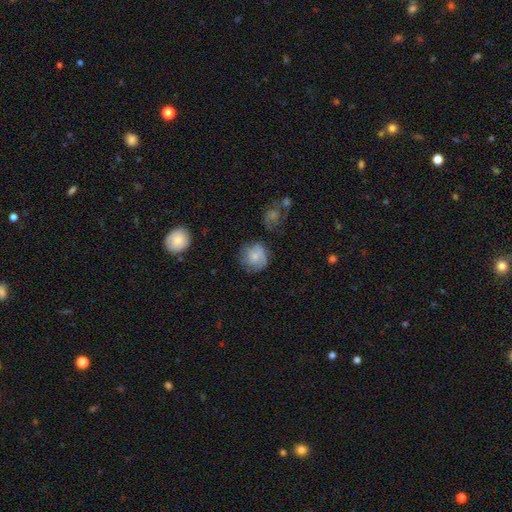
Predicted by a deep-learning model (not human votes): smooth_or_featured: smooth (p=0.62) [alt: featured or disk p=0.30]
how_rounded: round (p=0.84) [alt: in between p=0.15]
merging: none (p=0.59) [alt: minor disturbance p=0.25]